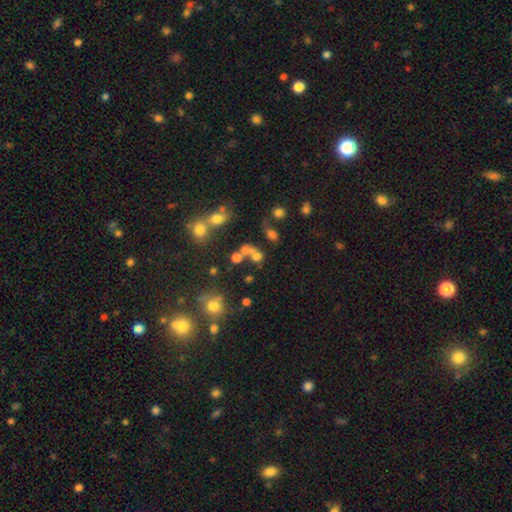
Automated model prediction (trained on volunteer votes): Smooth or featured? smooth (60%)
How rounded? round (57%)
Merging? merger (44%)